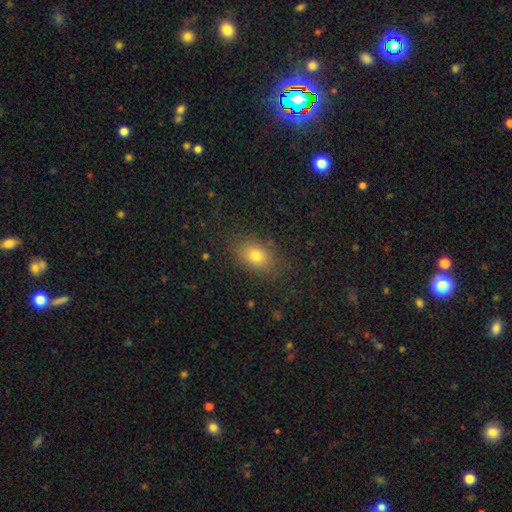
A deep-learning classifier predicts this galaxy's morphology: Smooth or featured? Predicted: smooth (p=0.79). How rounded? Predicted: in between (p=0.75). Merging? Predicted: none (p=0.82).